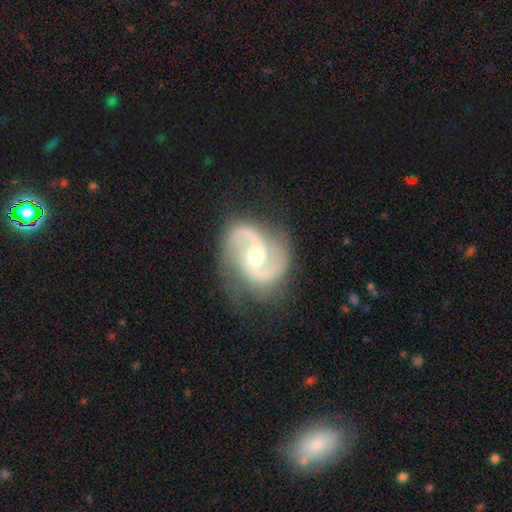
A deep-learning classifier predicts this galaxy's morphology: Smooth or featured: featured or disk — 91% (star or artifact — 4%)
Edge-on disk: no — 98% (yes — 2%)
Bar: no — 46% (weak — 41%)
Spiral arms: yes — 98% (no — 2%)
Spiral winding: medium — 59% (loose — 24%)
Spiral arm count: 2 — 93% (can't tell — 2%)
Bulge size: moderate — 64% (small — 31%)
Merging: none — 76% (minor disturbance — 17%)